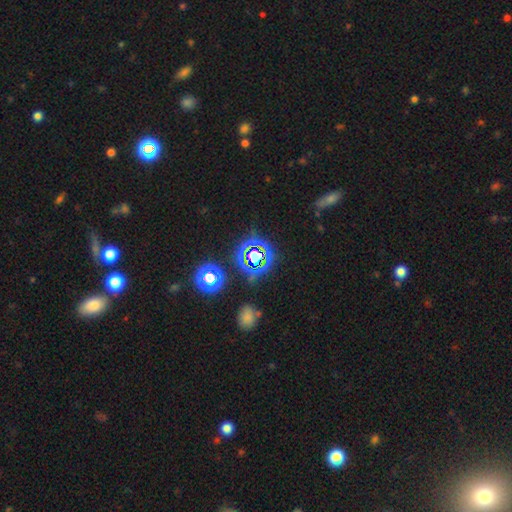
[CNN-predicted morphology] A star or artifact, not a galaxy (73%).

Vote fractions:
- Smooth or featured? star or artifact: 73% / smooth: 17% / featured or disk: 11%